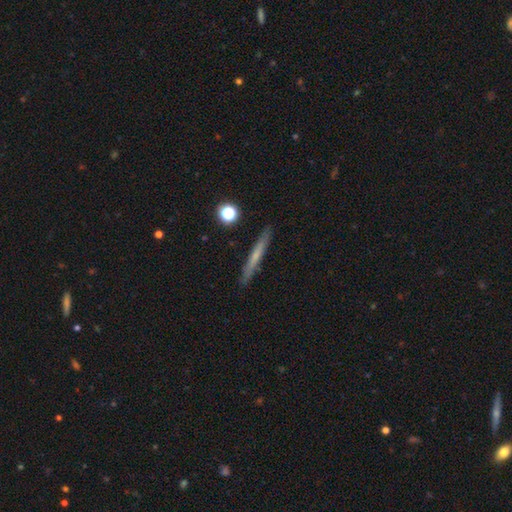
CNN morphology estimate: Q: Smooth or featured?
A: smooth (50%); runner-up: featured or disk (43%)
Q: Merging?
A: none (89%); runner-up: minor disturbance (7%)